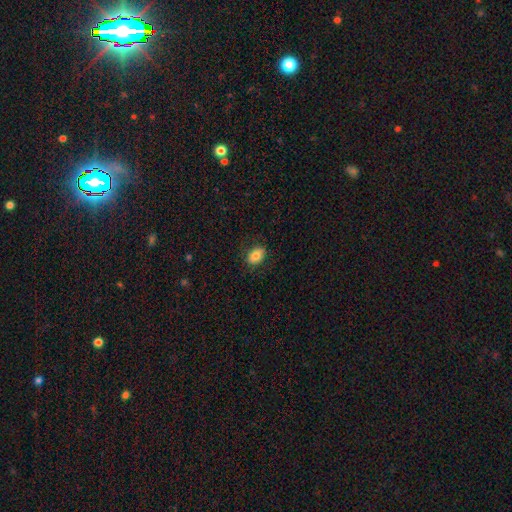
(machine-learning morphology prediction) Smooth or featured?
  - smooth: 81% *
  - featured or disk: 10%
  - star or artifact: 9%
How rounded?
  - in between: 76% *
  - round: 23%
  - cigar-shaped: 1%
Merging?
  - none: 84% *
  - minor disturbance: 12%
  - major disturbance: 3%
  - merger: 1%